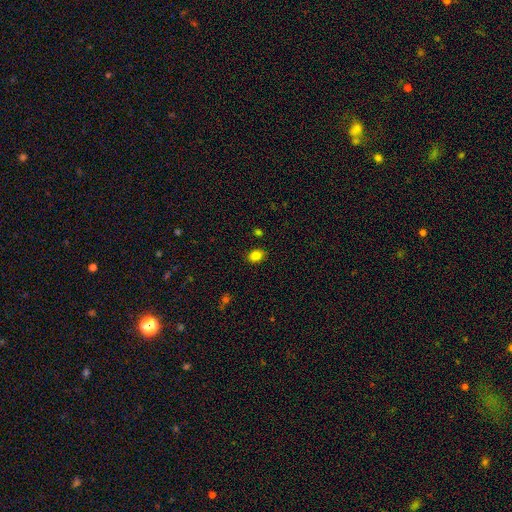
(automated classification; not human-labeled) A smooth galaxy with no disk features (84%) that is in between round and cigar-shaped (67%). Merging: none (85%).